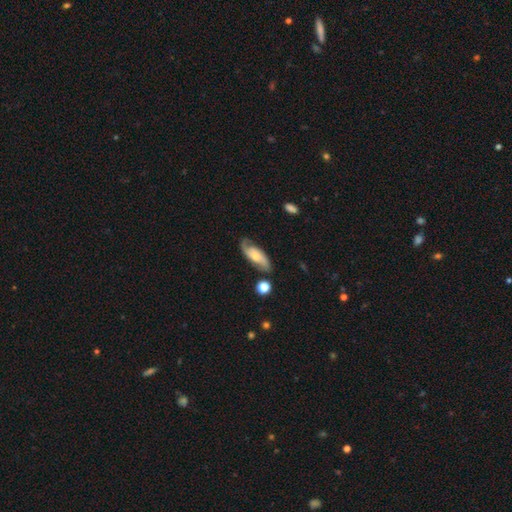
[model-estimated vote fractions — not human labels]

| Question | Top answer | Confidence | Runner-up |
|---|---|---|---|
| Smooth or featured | featured or disk | 68% | smooth (25%) |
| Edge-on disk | no | 91% | yes (9%) |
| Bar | no | 64% | weak (27%) |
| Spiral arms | yes | 93% | no (7%) |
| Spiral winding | medium | 41% | loose (37%) |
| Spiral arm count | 2 | 85% | can't tell (7%) |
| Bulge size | small | 47% | moderate (40%) |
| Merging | none | 72% | minor disturbance (18%) |